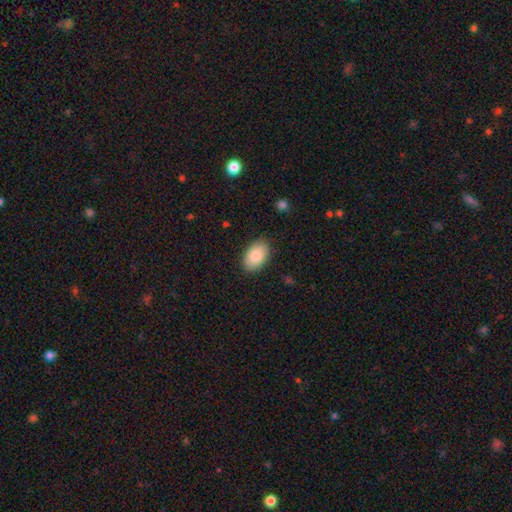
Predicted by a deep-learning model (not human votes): Smooth or featured? smooth (86%)
How rounded? in between (92%)
Merging? none (85%)